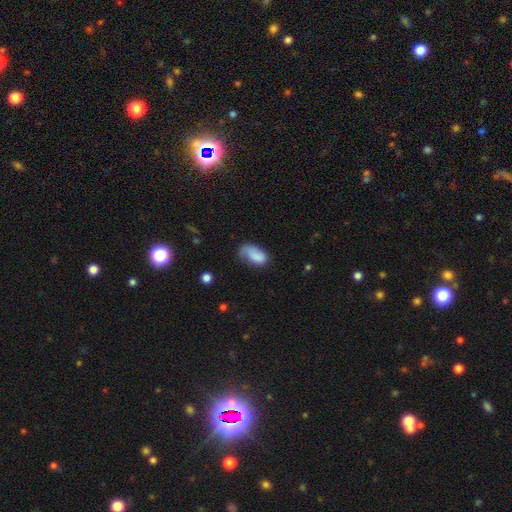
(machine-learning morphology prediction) The model was most divided on "merging": none: 38%, minor disturbance: 34%, major disturbance: 24%, merger: 4%. More confident: how rounded — in between (93%); smooth or featured — smooth (76%).